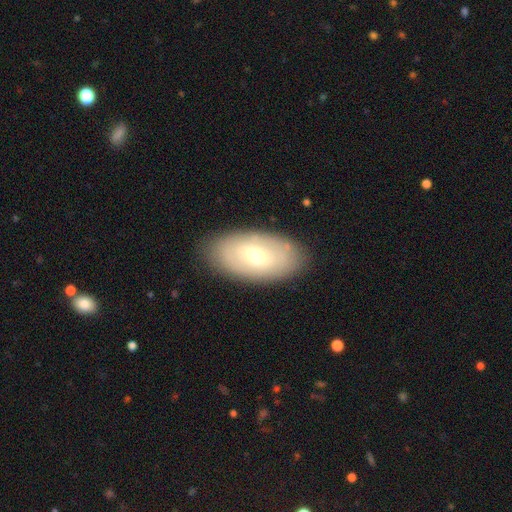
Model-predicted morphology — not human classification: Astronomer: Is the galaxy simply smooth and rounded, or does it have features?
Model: smooth — 49% (runner-up: featured or disk, 44%).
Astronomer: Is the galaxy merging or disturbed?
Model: none — 86%.